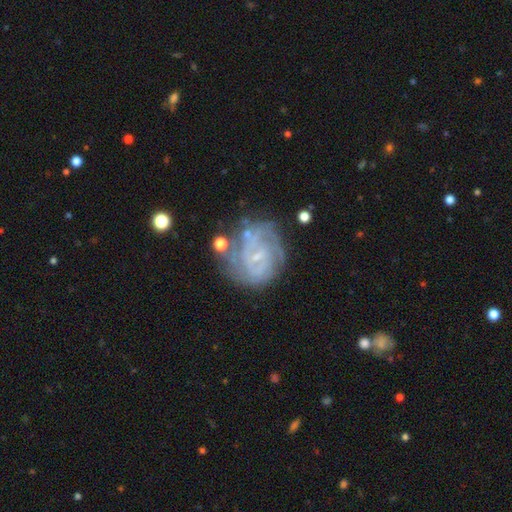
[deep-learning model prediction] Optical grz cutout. It shows a featured or disk galaxy (79%) with no bar (44%, tied with weak), tight (64%) spiral arms (89%) and a small central bulge (75%). Merging: none (64%).